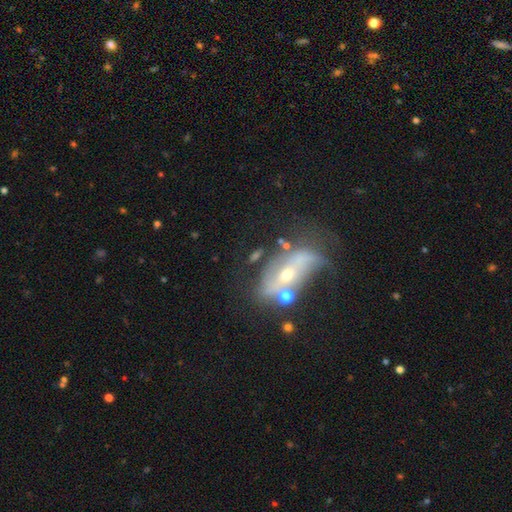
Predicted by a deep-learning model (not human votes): Smooth or featured: featured or disk — 69% (smooth — 20%)
Edge-on disk: no — 86% (yes — 14%)
Bar: no — 51% (strong — 27%)
Spiral arms: yes — 66% (no — 34%)
Bulge size: small — 60% (moderate — 35%)
Merging: none — 44% (minor disturbance — 22%)